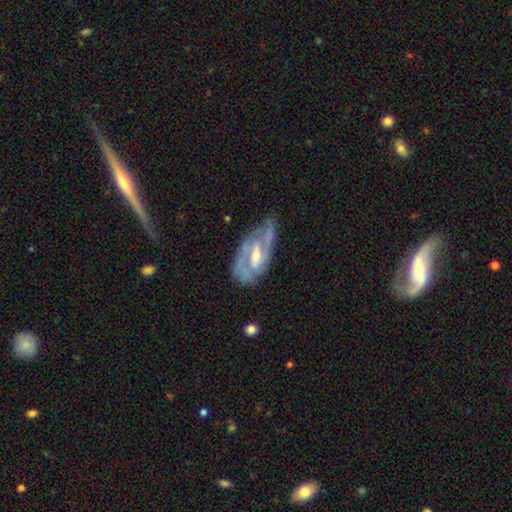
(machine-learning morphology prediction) A featured or disk galaxy (85%) with a weak bar (51%), 2 (72%) medium (48%) spiral arms (92%) and a moderate central bulge (48%, tied with small).

Vote fractions:
- Smooth or featured? featured or disk: 85% / smooth: 10% / star or artifact: 5%
- Edge-on disk? no: 94% / yes: 6%
- Bar? weak: 51% / strong: 28% / no: 21%
- Spiral arms? yes: 92% / no: 8%
- Spiral winding? medium: 48% / tight: 37% / loose: 16%
- Spiral arm count? 2: 72% / can't tell: 13% / 3: 7% / 1: 5% / 4: 2% / more than 4: 2%
- Bulge size? moderate: 48% (tied) / small: 48% (tied) / none: 2% / large: 2% / dominant: 1%
- Merging? none: 60% / minor disturbance: 27% / major disturbance: 10% / merger: 2%